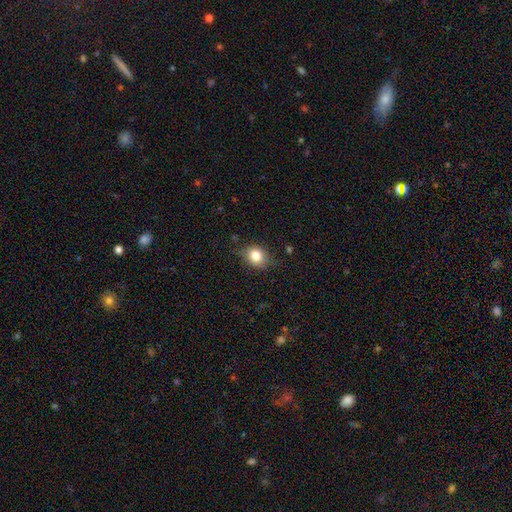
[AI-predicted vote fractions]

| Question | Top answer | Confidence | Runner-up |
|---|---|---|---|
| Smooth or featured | smooth | 80% | star or artifact (10%) |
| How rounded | round | 59% | in between (40%) |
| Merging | none | 71% | minor disturbance (22%) |